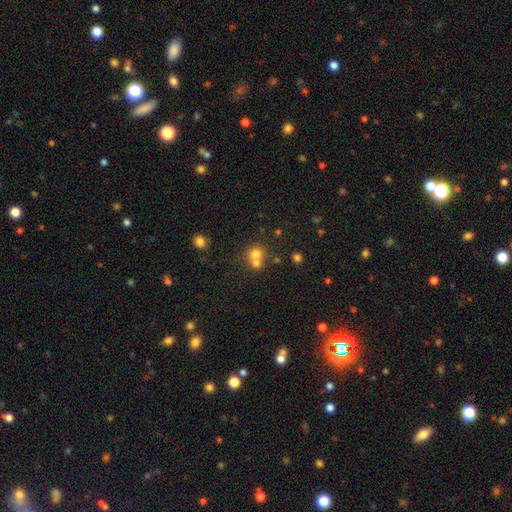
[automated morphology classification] This appears to be a smooth galaxy with no disk features (72%) that is round (83%). Merging: merger (53%).